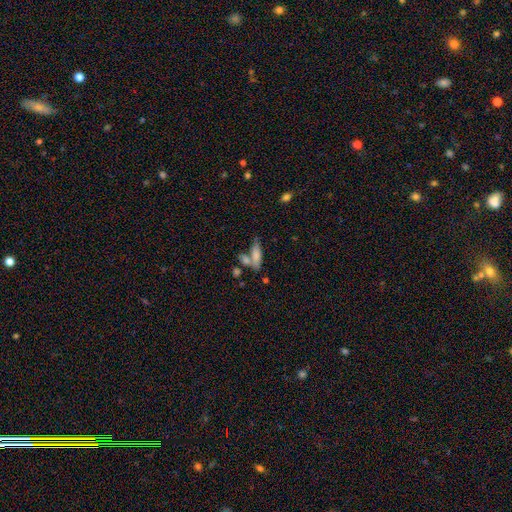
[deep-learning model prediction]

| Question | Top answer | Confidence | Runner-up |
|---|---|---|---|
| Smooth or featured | smooth | 74% | featured or disk (17%) |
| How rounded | in between | 55% | cigar-shaped (42%) |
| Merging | none | 44% | merger (36%) |